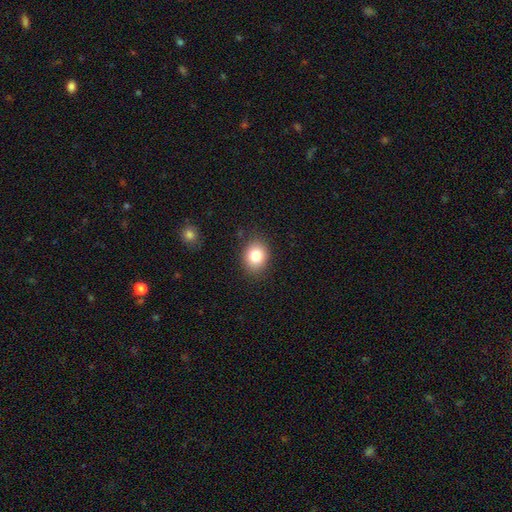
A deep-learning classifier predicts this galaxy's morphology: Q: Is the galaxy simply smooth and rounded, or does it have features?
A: smooth — 82%.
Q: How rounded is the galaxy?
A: round — 57%.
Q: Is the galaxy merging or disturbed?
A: none — 86%.